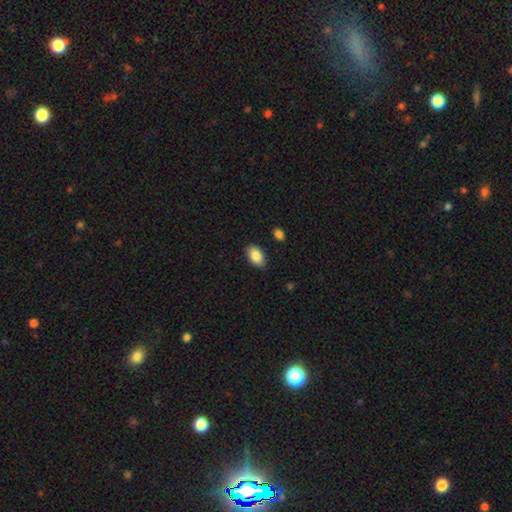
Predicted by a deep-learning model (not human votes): Morphology: type=smooth (88%); roundness=in between (92%); merging=none (86%).